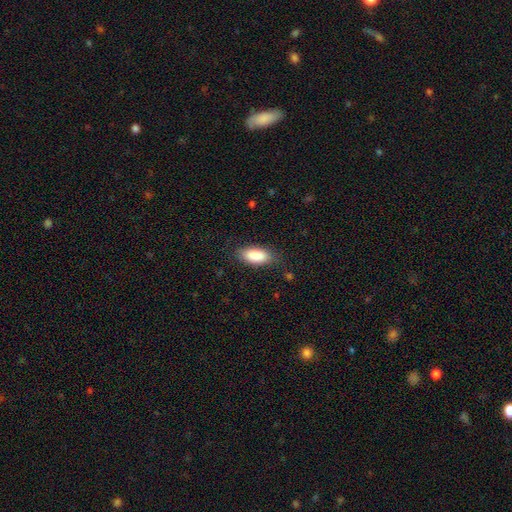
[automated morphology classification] smooth-or-featured: smooth: 88% | star or artifact: 6% | featured or disk: 5%
  how-rounded: in between: 87% | cigar-shaped: 10% | round: 2%
  merging: none: 81% | minor disturbance: 14% | major disturbance: 4% | merger: 1%